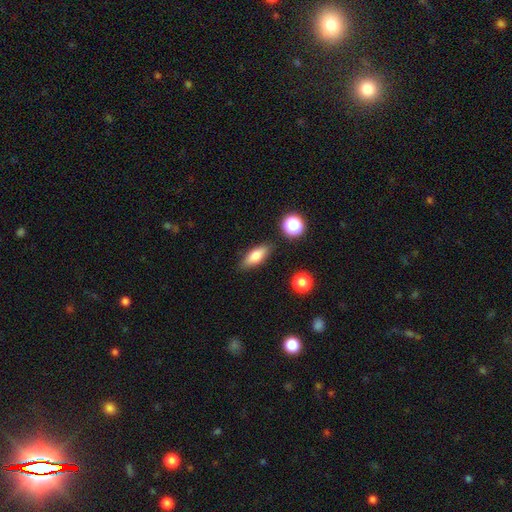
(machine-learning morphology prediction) smooth-or-featured: smooth: 77% | featured or disk: 15% | star or artifact: 8%
  how-rounded: in between: 70% | cigar-shaped: 25% | round: 5%
  merging: none: 83% | minor disturbance: 11% | merger: 3% | major disturbance: 3%